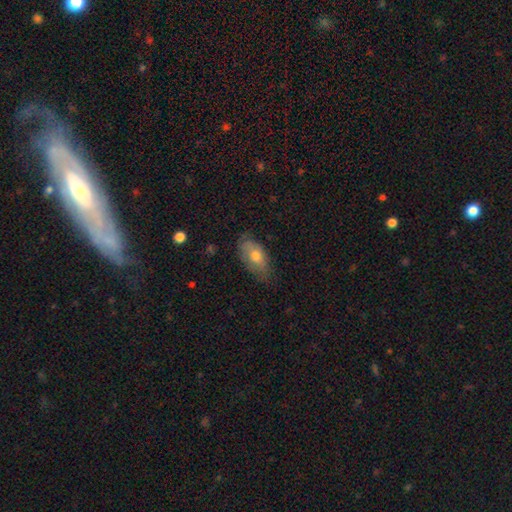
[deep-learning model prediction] smooth_or_featured: smooth (p=0.67) [alt: featured or disk p=0.26]
how_rounded: in between (p=0.90) [alt: cigar-shaped p=0.06]
merging: none (p=0.68) [alt: minor disturbance p=0.26]